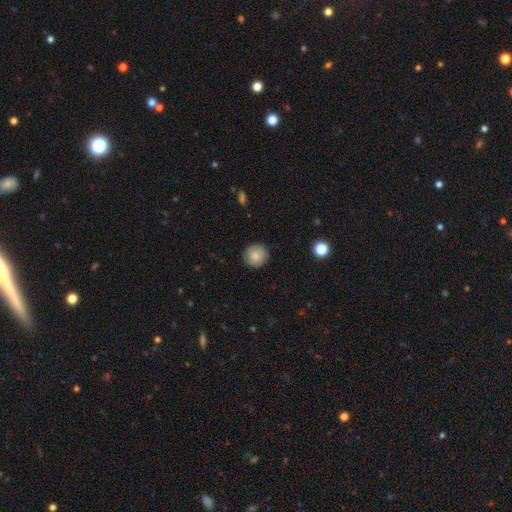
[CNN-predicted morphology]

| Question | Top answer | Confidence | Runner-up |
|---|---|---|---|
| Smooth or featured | smooth | 84% | star or artifact (8%) |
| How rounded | round | 89% | in between (10%) |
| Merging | none | 89% | minor disturbance (8%) |